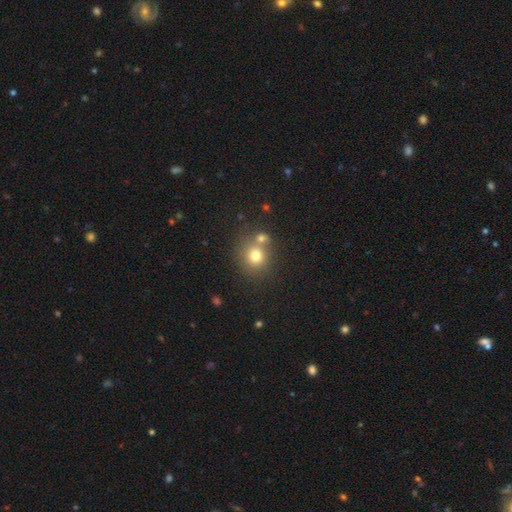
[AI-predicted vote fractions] Overall: smooth (75%). How rounded: round (85%). Merging: none (58%; merger 30%).